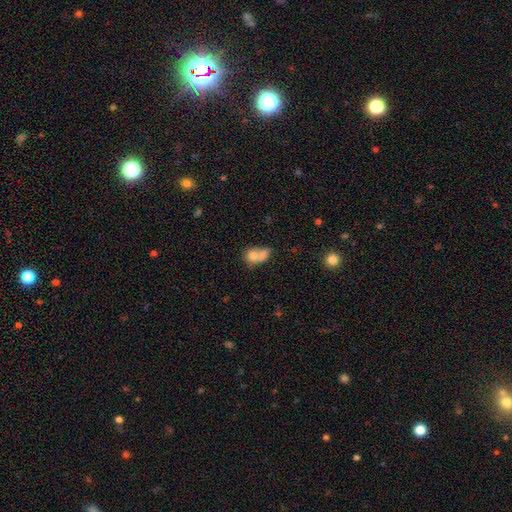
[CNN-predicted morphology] Q: Smooth or featured?
A: smooth (75%); runner-up: featured or disk (16%)
Q: How rounded?
A: round (54%); runner-up: in between (44%)
Q: Merging?
A: merger (65%); runner-up: none (22%)